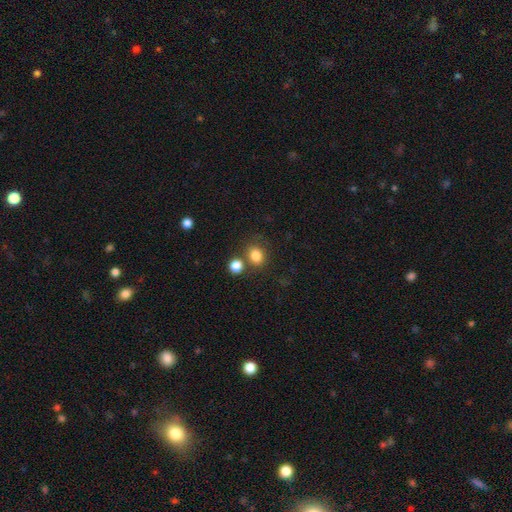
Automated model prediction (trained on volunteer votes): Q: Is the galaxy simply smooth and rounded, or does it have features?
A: smooth — 82%.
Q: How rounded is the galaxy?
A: round — 71%.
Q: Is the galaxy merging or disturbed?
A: none — 65%.